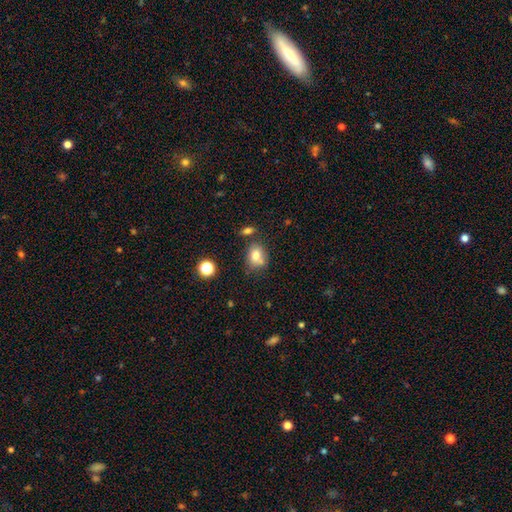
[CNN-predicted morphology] Smooth or featured? Predicted: smooth (p=0.76). How rounded? Predicted: in between (p=0.51). Merging? Predicted: none (p=0.60).